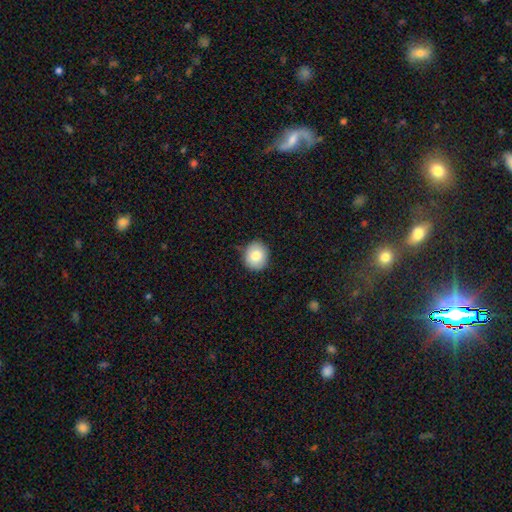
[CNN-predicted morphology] A smooth galaxy with no disk features (83%) that is round (79%).

Vote fractions:
- Smooth or featured? smooth: 83% / featured or disk: 9% / star or artifact: 8%
- How rounded? round: 79% / in between: 20% / cigar-shaped: 1%
- Merging? none: 86% / minor disturbance: 10% / major disturbance: 2% / merger: 1%